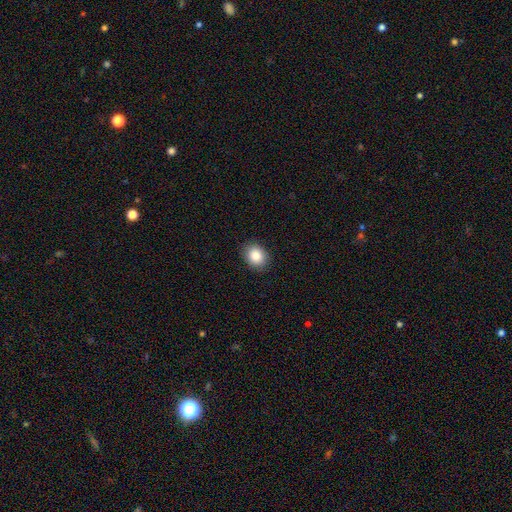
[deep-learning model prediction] A smooth galaxy with no disk features (87%) that is round (51%).

Vote fractions:
- Smooth or featured? smooth: 87% / star or artifact: 8% / featured or disk: 5%
- How rounded? round: 51% / in between: 48% / cigar-shaped: 1%
- Merging? none: 89% / minor disturbance: 8% / major disturbance: 2% / merger: 1%